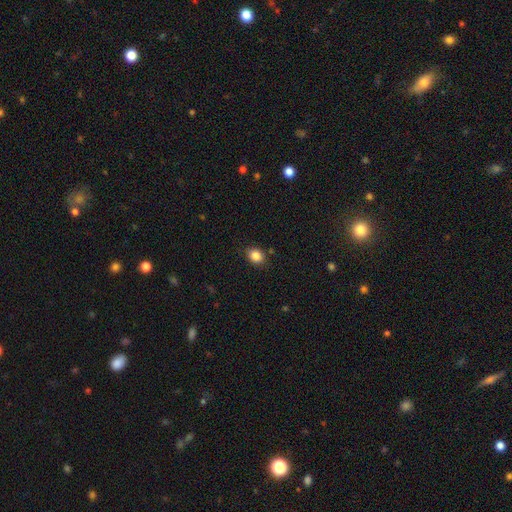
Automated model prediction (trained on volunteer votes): Morphology: type=smooth (85%); roundness=round (55%); merging=none (84%).